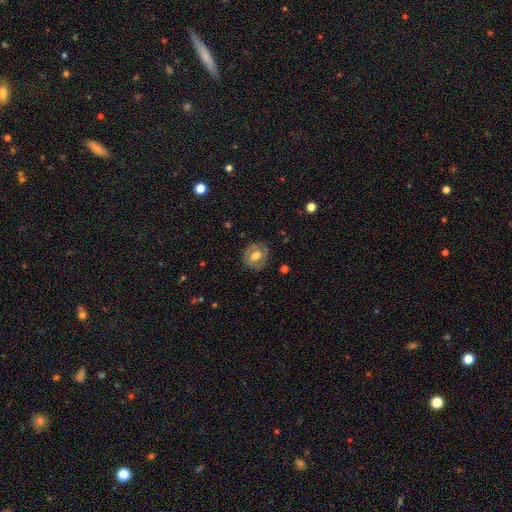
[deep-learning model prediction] This is possibly a smooth galaxy (49%). Merging: likely none (79%).